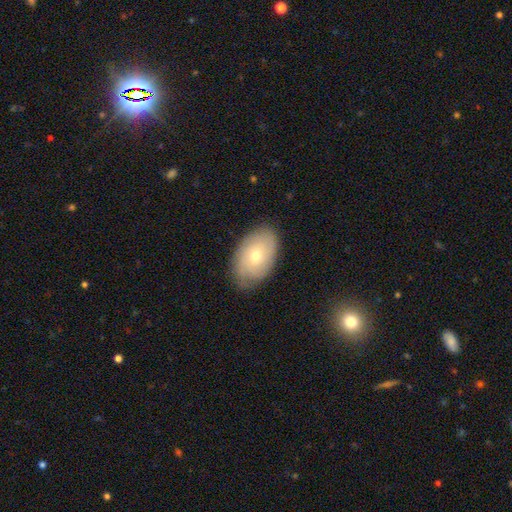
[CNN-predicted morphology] This is likely a smooth galaxy (61%). How rounded: clearly in between (88%). Merging: likely none (78%).